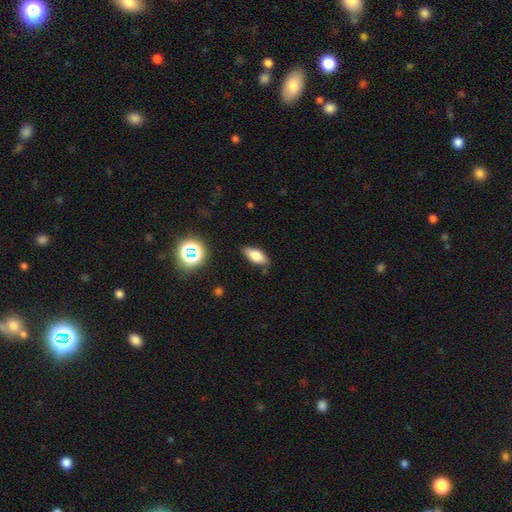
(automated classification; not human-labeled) Q: Smooth or featured?
A: smooth (64%); runner-up: featured or disk (26%)
Q: How rounded?
A: in between (74%); runner-up: cigar-shaped (22%)
Q: Merging?
A: none (85%); runner-up: minor disturbance (11%)